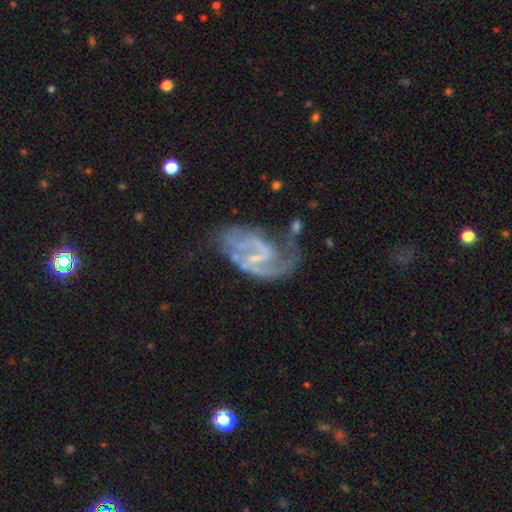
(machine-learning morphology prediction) Smooth or featured? featured or disk (85%)
Edge-on disk? no (98%)
Bar? weak (51%)
Spiral arms? yes (91%)
Spiral winding? medium (49%)
Spiral arm count? 2 (69%)
Bulge size? small (47%)
Merging? none (41%)